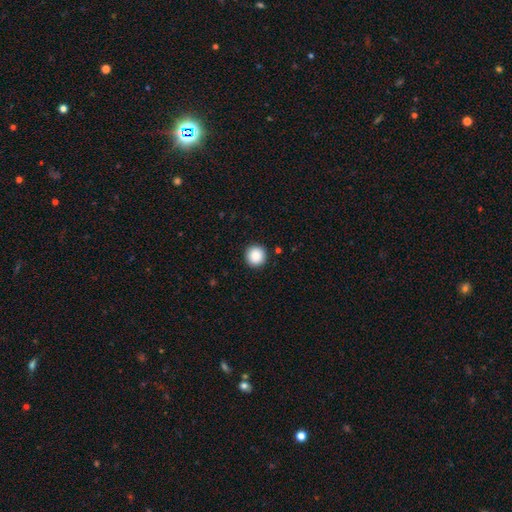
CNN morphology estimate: The model was most divided on "smooth or featured": smooth: 88%, star or artifact: 9%, featured or disk: 3%. More confident: how rounded — round (95%); merging — none (93%).